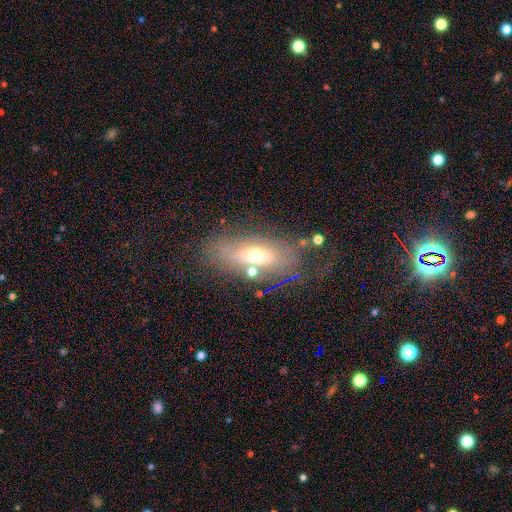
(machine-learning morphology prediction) A featured or disk galaxy (49%).

Vote fractions:
- Smooth or featured? featured or disk: 49% / smooth: 41% / star or artifact: 10%
- Merging? none: 58% / minor disturbance: 22% / major disturbance: 14% / merger: 7%